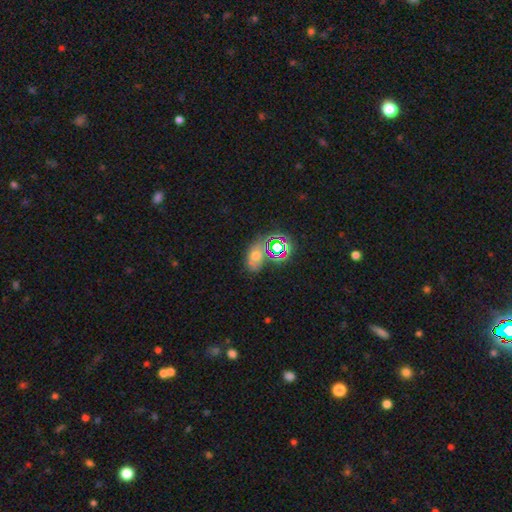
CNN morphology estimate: The model was most divided on "smooth or featured": smooth: 43%, star or artifact: 37%, featured or disk: 21%. Remaining: merging — none (49%).